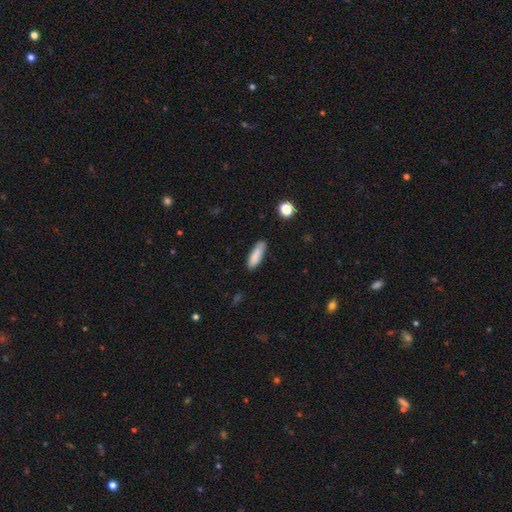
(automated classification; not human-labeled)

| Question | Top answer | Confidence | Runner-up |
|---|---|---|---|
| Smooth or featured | smooth | 86% | featured or disk (8%) |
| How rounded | cigar-shaped | 54% | in between (44%) |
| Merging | none | 81% | minor disturbance (14%) |